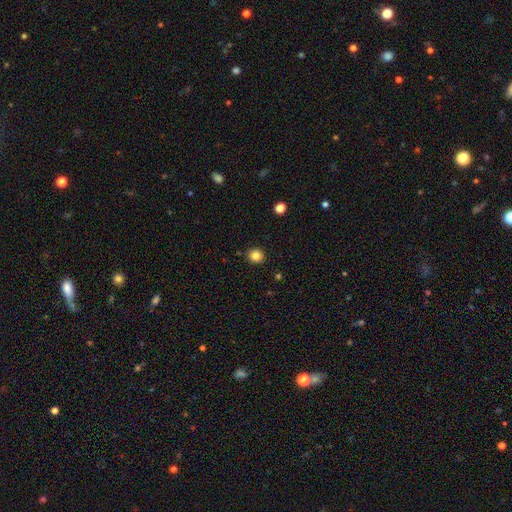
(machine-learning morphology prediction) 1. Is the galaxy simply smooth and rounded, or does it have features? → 83% smooth, 12% star or artifact, 5% featured or disk.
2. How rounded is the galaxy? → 91% round, 8% in between, 1% cigar-shaped.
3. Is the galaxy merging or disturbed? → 91% none, 6% minor disturbance, 2% major disturbance, 1% merger.